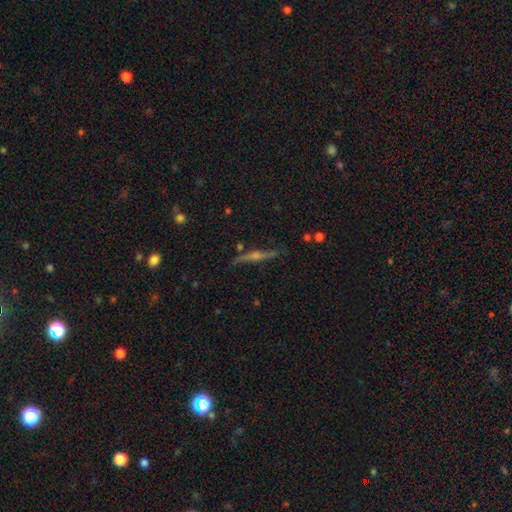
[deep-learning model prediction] smooth-or-featured: featured or disk: 79% | smooth: 13% | star or artifact: 8%
  disk-edge-on: yes: 96% | no: 4%
    edge-on-bulge: rounded: 86% | none: 8% | boxy: 6%
  merging: none: 83% | minor disturbance: 12% | major disturbance: 3% | merger: 2%